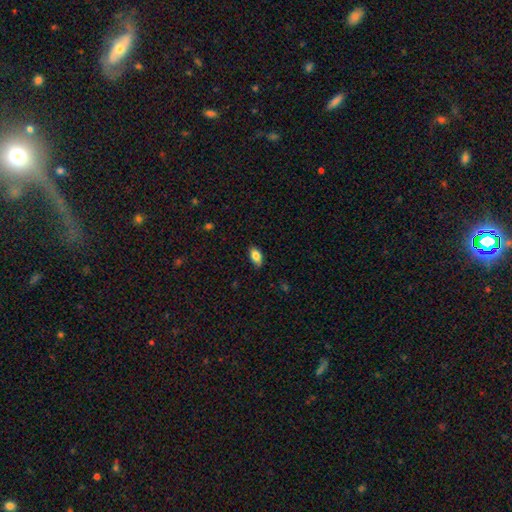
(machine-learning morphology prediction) Smooth or featured? smooth (81%)
How rounded? in between (90%)
Merging? none (85%)